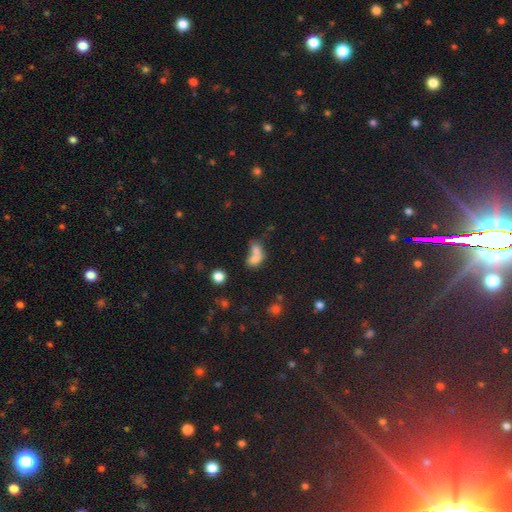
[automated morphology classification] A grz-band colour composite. It shows a smooth galaxy with no disk features (71%) that is in between round and cigar-shaped (70%). Merging: merger (69%).